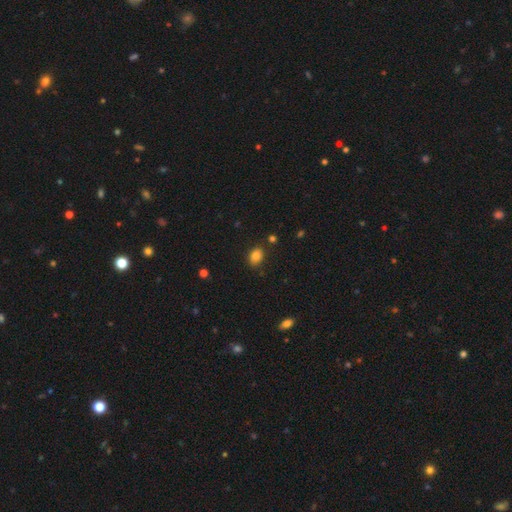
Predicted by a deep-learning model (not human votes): This is clearly a smooth galaxy (84%). How rounded: likely in between (77%). Merging: clearly none (80%).